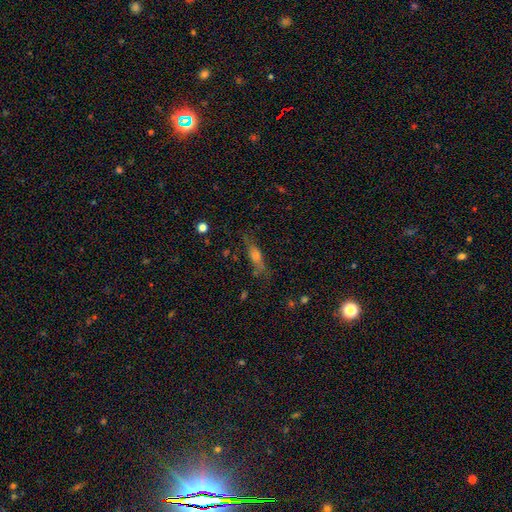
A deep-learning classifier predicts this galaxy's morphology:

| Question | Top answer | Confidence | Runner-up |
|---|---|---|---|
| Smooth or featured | featured or disk | 50% | smooth (35%) |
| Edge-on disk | yes | 83% | no (17%) |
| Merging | none | 73% | minor disturbance (17%) |